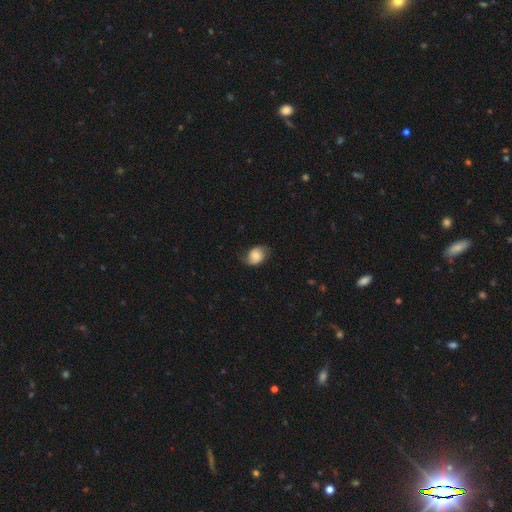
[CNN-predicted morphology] The model was most divided on "how rounded": in between: 63%, round: 35%, cigar-shaped: 1%. More confident: merging — none (65%); smooth or featured — smooth (61%).